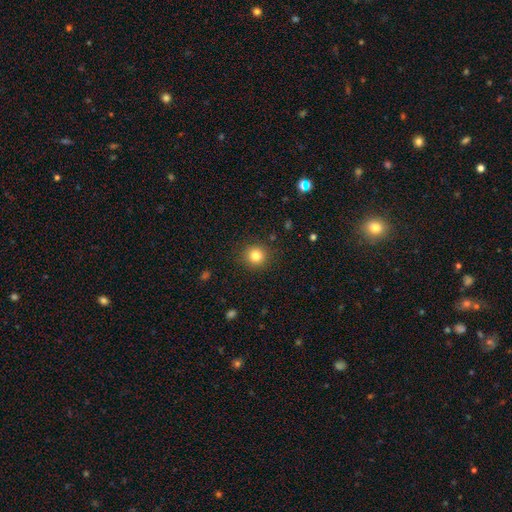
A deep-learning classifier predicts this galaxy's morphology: Q: Smooth or featured?
A: smooth (83%); runner-up: star or artifact (12%)
Q: How rounded?
A: round (92%); runner-up: in between (7%)
Q: Merging?
A: none (90%); runner-up: minor disturbance (7%)